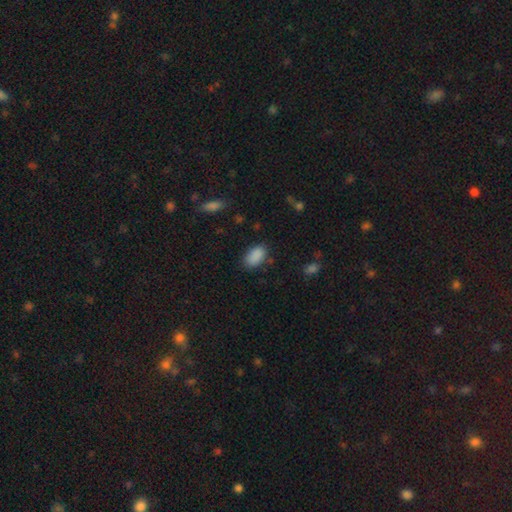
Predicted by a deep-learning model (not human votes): smooth 89%, star or artifact 8%, featured or disk 3%. Down the decision tree: how rounded — in between (92%); merging — none (81%).